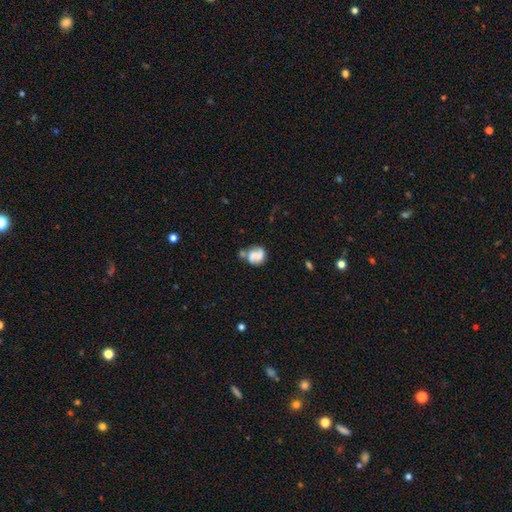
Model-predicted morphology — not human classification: This appears to be a featured or disk galaxy (46%). Merging: none (42%).